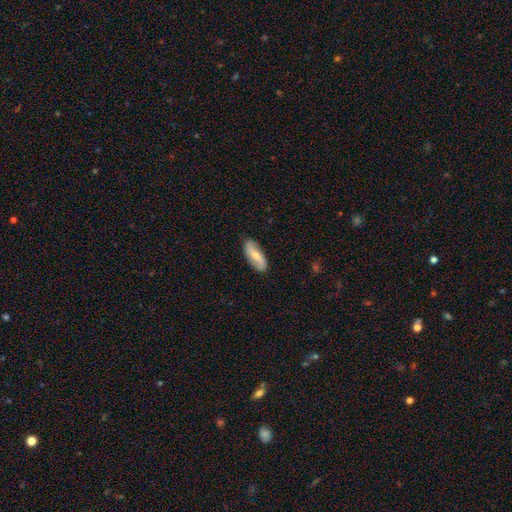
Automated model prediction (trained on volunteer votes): The model was most divided on "smooth or featured": featured or disk: 52%, smooth: 43%, star or artifact: 5%. More confident: merging — none (86%); edge-on disk — no (85%).